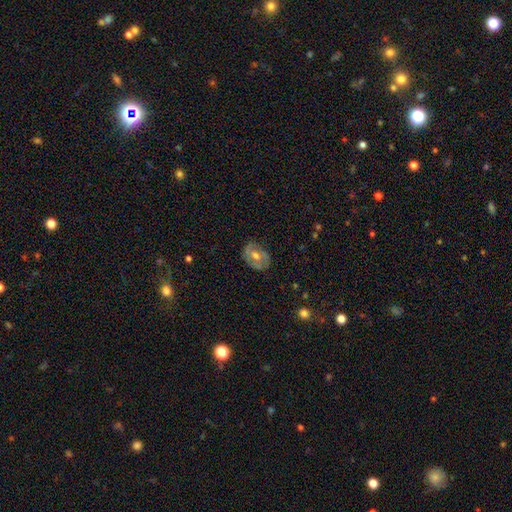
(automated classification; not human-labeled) A featured or disk galaxy (59%) with no bar (44%), spiral arms (53%) and a moderate central bulge (72%). Merging: none (77%).